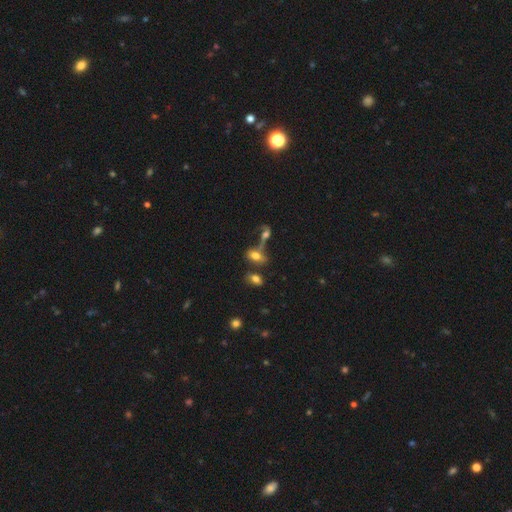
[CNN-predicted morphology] Q: Smooth or featured?
A: smooth (65%); runner-up: featured or disk (21%)
Q: How rounded?
A: in between (83%); runner-up: round (10%)
Q: Merging?
A: merger (43%); runner-up: none (35%)